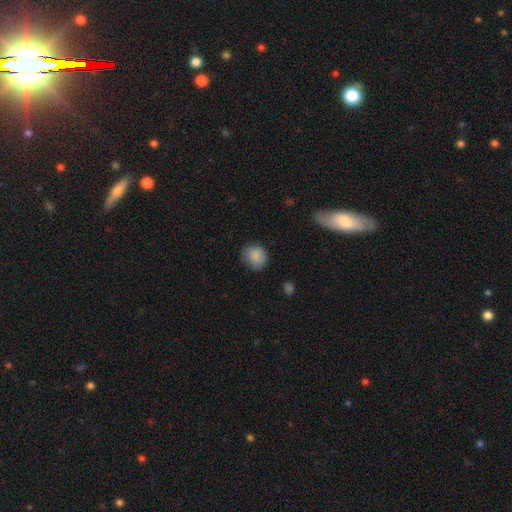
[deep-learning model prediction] Morphology: type=smooth (87%); roundness=round (81%); merging=none (77%).